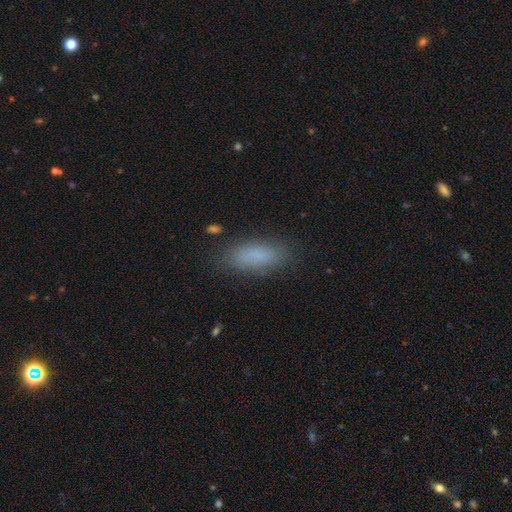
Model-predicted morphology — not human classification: smooth 83%, star or artifact 9%, featured or disk 8%. Down the decision tree: how rounded — in between (74%); merging — none (82%).